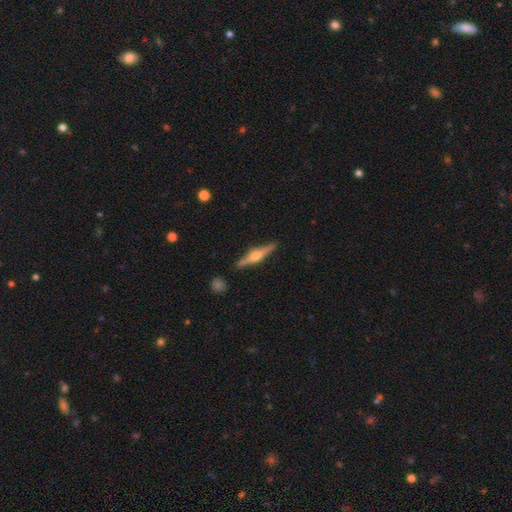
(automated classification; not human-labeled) This appears to be a featured or disk galaxy (74%) viewed edge-on (98%) with a rounded central bulge (92%). Merging: none (89%).